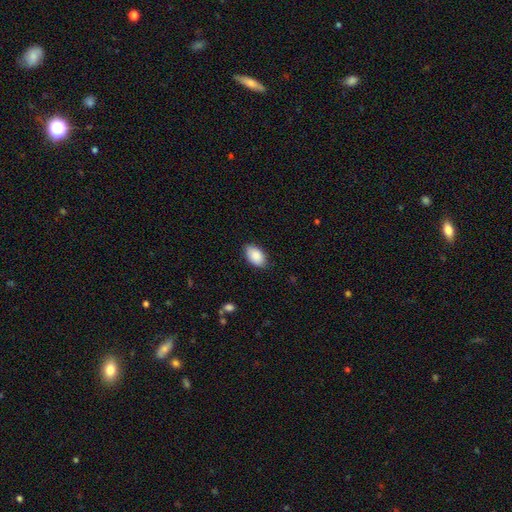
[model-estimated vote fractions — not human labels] A smooth galaxy with no disk features (89%) that is in between round and cigar-shaped (93%).

Vote fractions:
- Smooth or featured? smooth: 89% / star or artifact: 6% / featured or disk: 4%
- How rounded? in between: 93% / round: 6% / cigar-shaped: 1%
- Merging? none: 85% / minor disturbance: 12% / major disturbance: 2% / merger: 1%